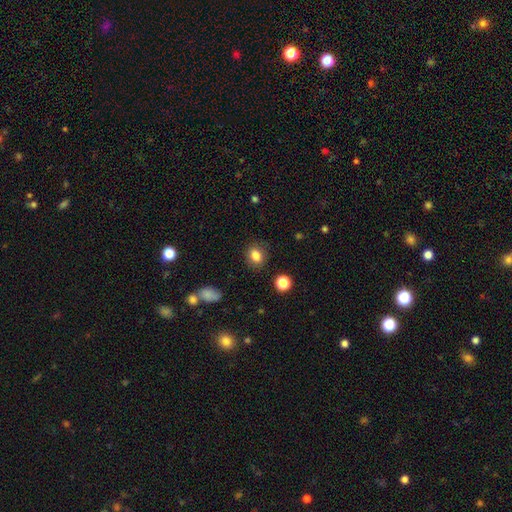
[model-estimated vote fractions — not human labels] smooth_or_featured: smooth (p=0.83) [alt: star or artifact p=0.11]
how_rounded: round (p=0.55) [alt: in between p=0.44]
merging: none (p=0.86) [alt: minor disturbance p=0.09]